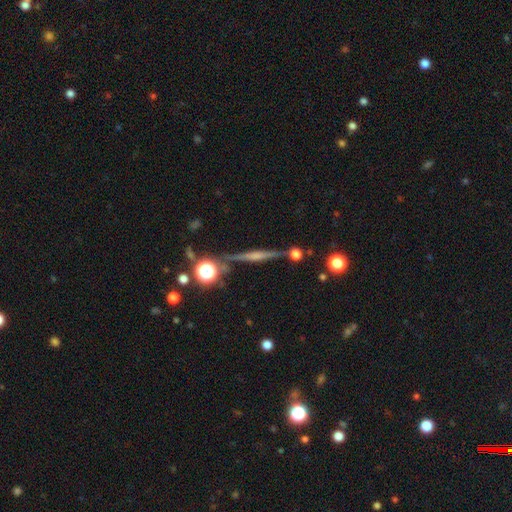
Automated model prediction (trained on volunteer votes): Smooth or featured? featured or disk (48%)
Merging? none (70%)